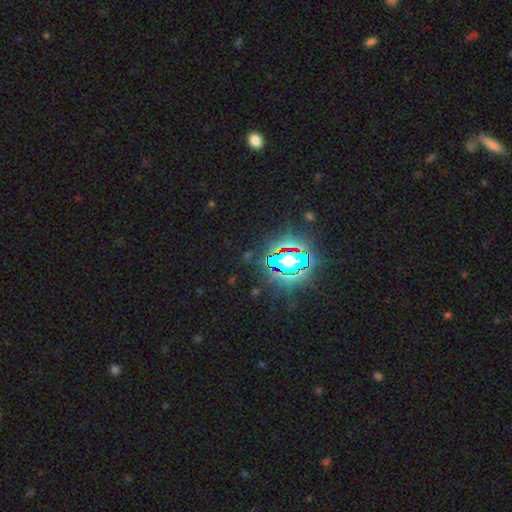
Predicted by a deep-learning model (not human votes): star or artifact 81%, smooth 11%, featured or disk 8%.